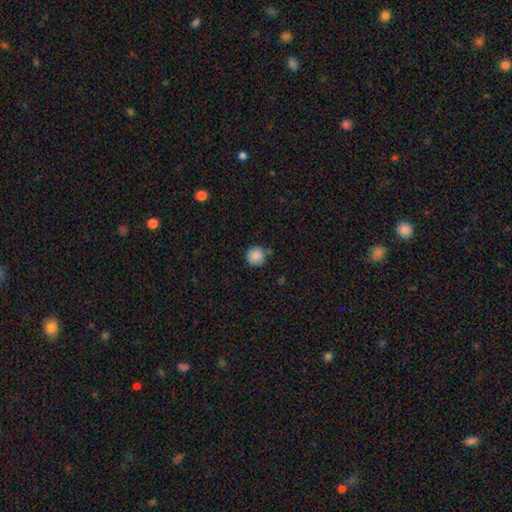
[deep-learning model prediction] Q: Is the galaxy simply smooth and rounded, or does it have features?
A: smooth — 86%.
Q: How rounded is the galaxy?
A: round — 94%.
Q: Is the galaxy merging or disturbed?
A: none — 78%.